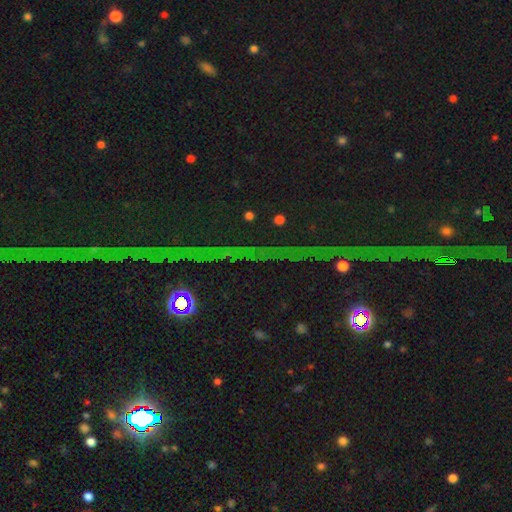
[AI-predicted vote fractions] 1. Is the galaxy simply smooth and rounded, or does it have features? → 82% star or artifact, 10% featured or disk, 8% smooth.